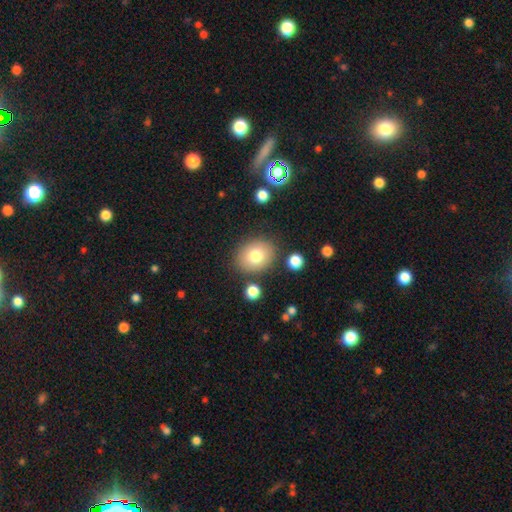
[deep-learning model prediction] Morphology: type=smooth (77%); roundness=round (60%); merging=none (81%).